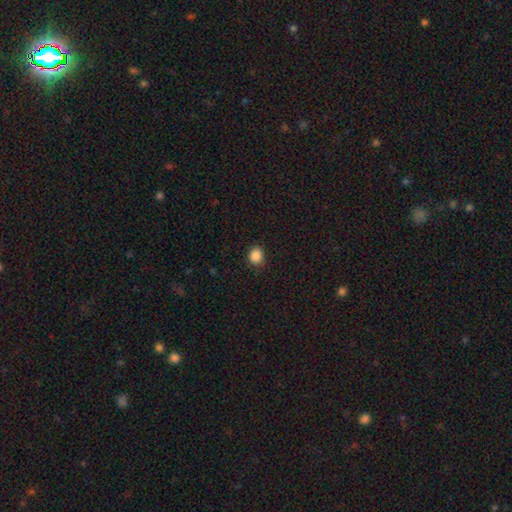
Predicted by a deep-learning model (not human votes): This appears to be a smooth galaxy with no disk features (88%) that is round (70%). Merging: none (86%).